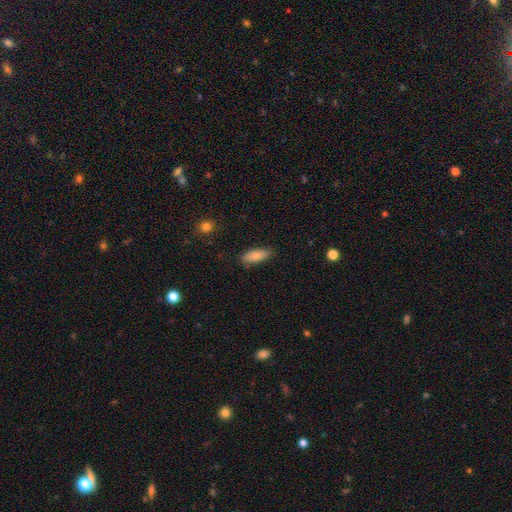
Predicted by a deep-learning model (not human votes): This is likely a smooth galaxy (79%). How rounded: likely in between (76%). Merging: clearly none (83%).